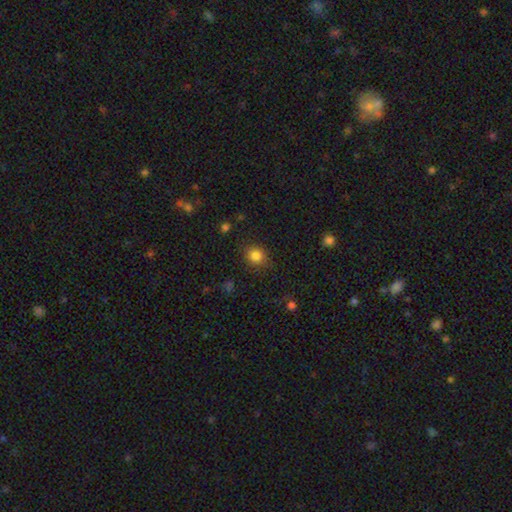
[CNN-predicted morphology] This appears to be a smooth galaxy with no disk features (83%) that is round (76%). Merging: none (84%).